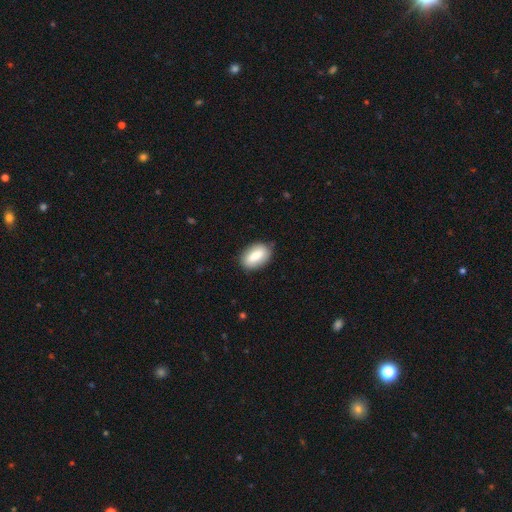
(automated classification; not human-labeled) smooth-or-featured: smooth: 79% | featured or disk: 15% | star or artifact: 7%
  how-rounded: in between: 91% | round: 6% | cigar-shaped: 3%
  merging: none: 83% | minor disturbance: 13% | major disturbance: 3% | merger: 1%